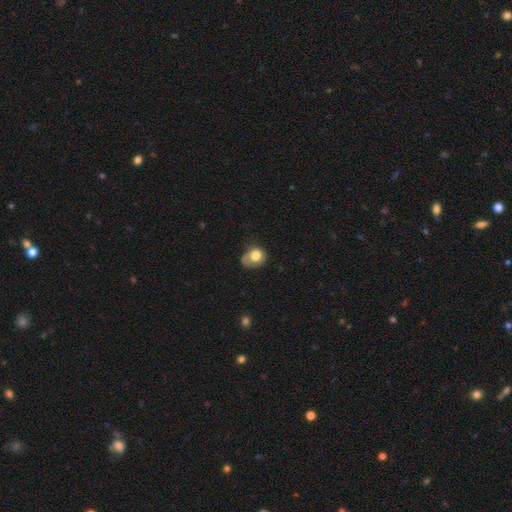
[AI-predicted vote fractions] smooth-or-featured: smooth: 72% | featured or disk: 19% | star or artifact: 8%
  how-rounded: round: 54% | in between: 45% | cigar-shaped: 1%
  merging: none: 41% | minor disturbance: 36% | major disturbance: 20% | merger: 3%